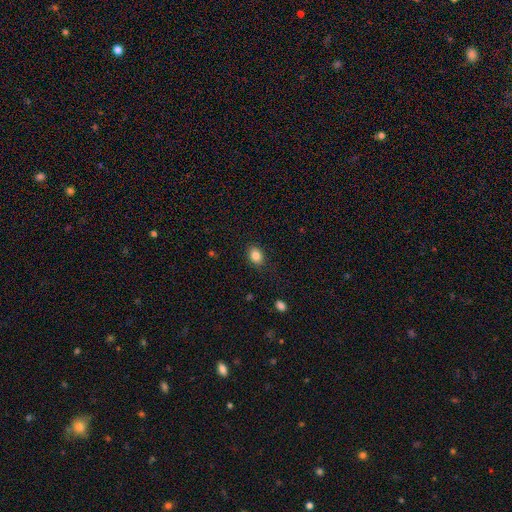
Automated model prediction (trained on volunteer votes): Smooth or featured? Predicted: smooth (p=0.85). How rounded? Predicted: in between (p=0.63). Merging? Predicted: none (p=0.86).